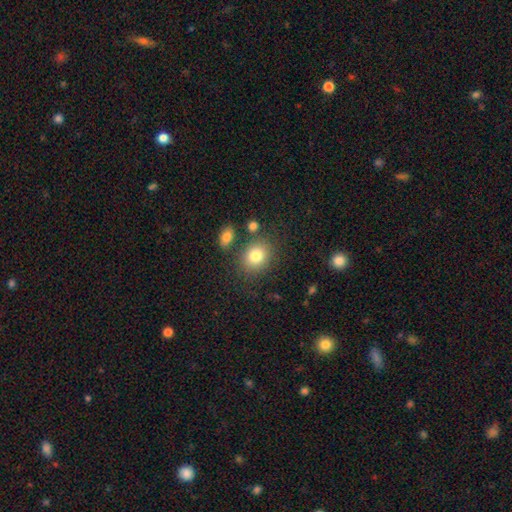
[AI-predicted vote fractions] Smooth or featured?
  - smooth: 81% *
  - star or artifact: 10%
  - featured or disk: 9%
How rounded?
  - round: 57% *
  - in between: 42%
  - cigar-shaped: 1%
Merging?
  - none: 77% *
  - minor disturbance: 12%
  - merger: 8%
  - major disturbance: 4%